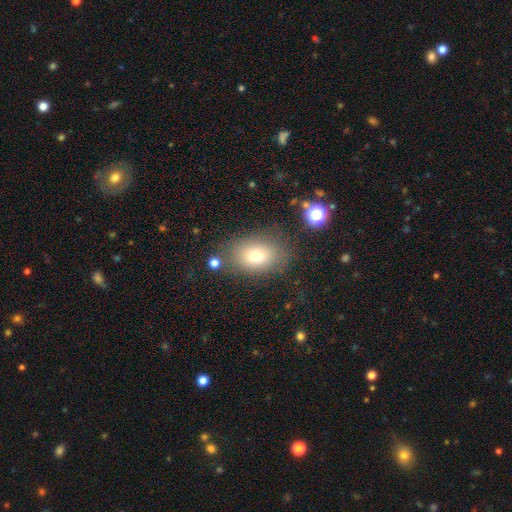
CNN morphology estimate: Q: Smooth or featured?
A: smooth (75%); runner-up: featured or disk (13%)
Q: How rounded?
A: in between (71%); runner-up: round (28%)
Q: Merging?
A: none (75%); runner-up: minor disturbance (15%)